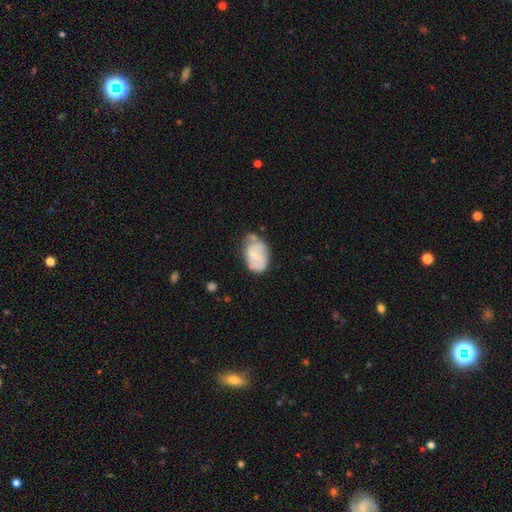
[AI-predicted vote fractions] This is possibly a featured or disk galaxy (47%, tied with smooth). Merging: marginally none (43%).